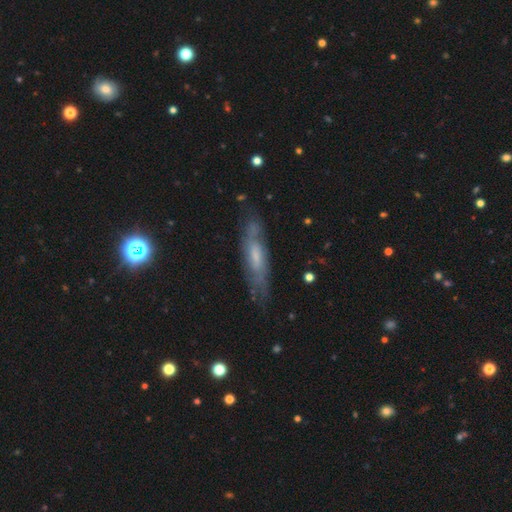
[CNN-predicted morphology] This is likely a featured or disk galaxy (61%). It is likely not viewed edge-on (61%). Merging: likely none (72%).